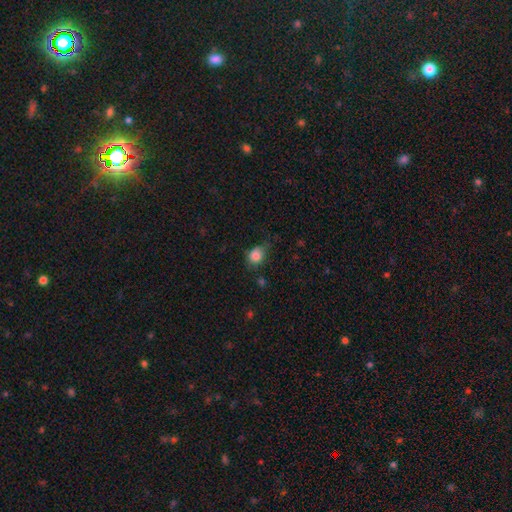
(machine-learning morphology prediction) smooth_or_featured: smooth (p=0.83) [alt: star or artifact p=0.10]
how_rounded: round (p=0.54) [alt: in between p=0.45]
merging: none (p=0.57) [alt: minor disturbance p=0.32]